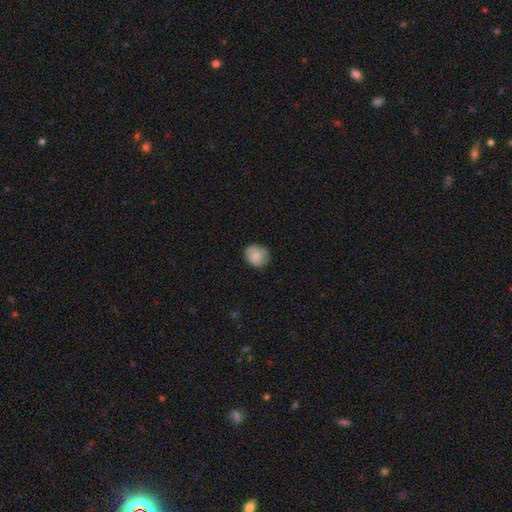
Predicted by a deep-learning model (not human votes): smooth-or-featured: smooth: 83% | featured or disk: 9% | star or artifact: 8%
  how-rounded: round: 76% | in between: 24% | cigar-shaped: 1%
  merging: none: 77% | minor disturbance: 18% | major disturbance: 4% | merger: 1%